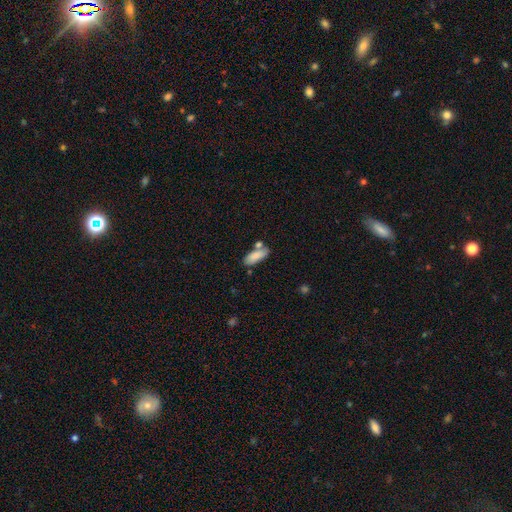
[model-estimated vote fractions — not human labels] Morphology: type=smooth (85%); roundness=in between (73%); merging=none (59%).